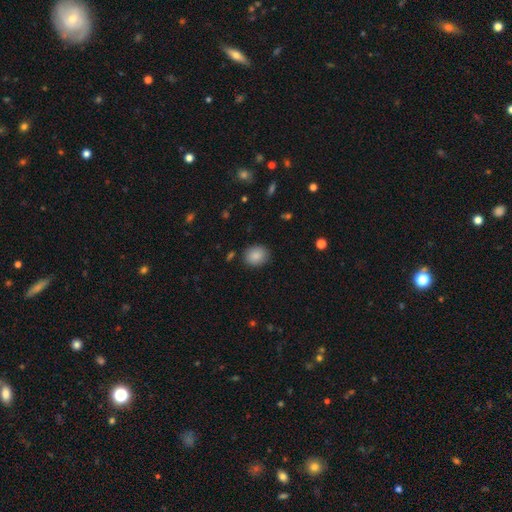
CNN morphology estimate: Q: Smooth or featured?
A: smooth (86%); runner-up: star or artifact (8%)
Q: How rounded?
A: round (61%); runner-up: in between (38%)
Q: Merging?
A: none (86%); runner-up: minor disturbance (10%)